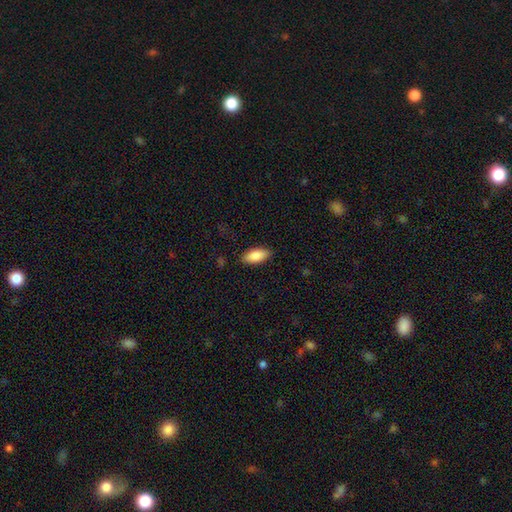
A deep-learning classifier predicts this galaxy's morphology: A smooth galaxy with no disk features (87%) that is in between round and cigar-shaped (87%). Merging: none (87%).